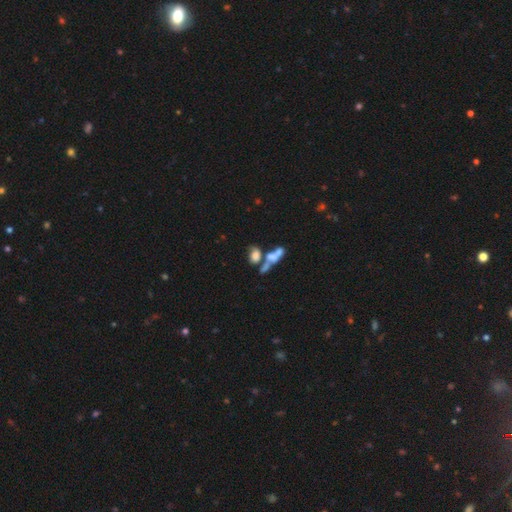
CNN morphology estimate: A smooth galaxy with no disk features (57%) that is in between round and cigar-shaped (77%). Merging: merger (57%).